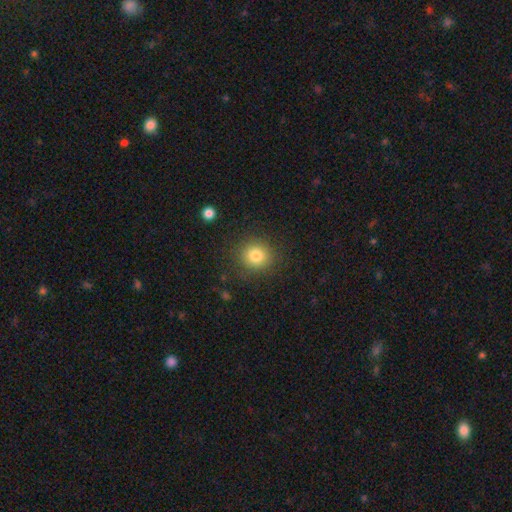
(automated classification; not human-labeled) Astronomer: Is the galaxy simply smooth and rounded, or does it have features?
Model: smooth — 81%.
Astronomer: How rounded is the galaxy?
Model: round — 88%.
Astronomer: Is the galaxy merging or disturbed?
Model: none — 86%.